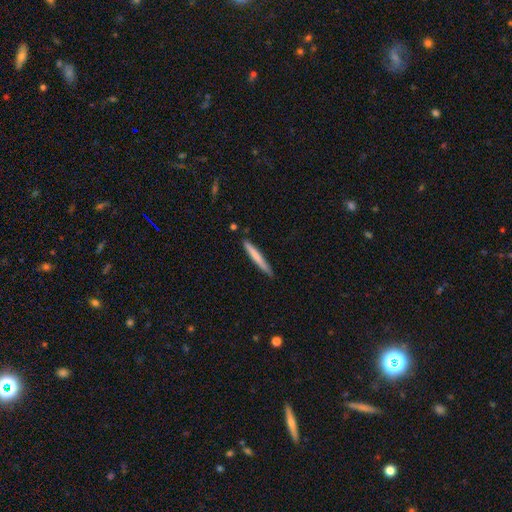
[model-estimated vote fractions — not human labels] smooth-or-featured: smooth: 70% | featured or disk: 25% | star or artifact: 5%
  how-rounded: cigar-shaped: 96% | in between: 3% | round: 1%
  merging: none: 86% | minor disturbance: 11% | merger: 2% | major disturbance: 2%